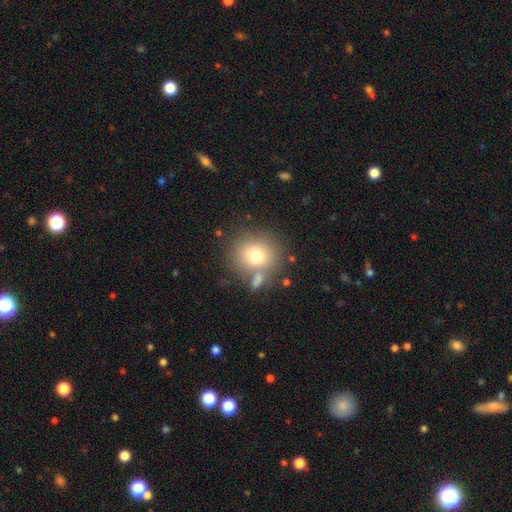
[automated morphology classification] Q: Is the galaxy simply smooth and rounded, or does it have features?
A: smooth — 75%.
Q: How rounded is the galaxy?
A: round — 83%.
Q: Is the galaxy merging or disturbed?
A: none — 71%.